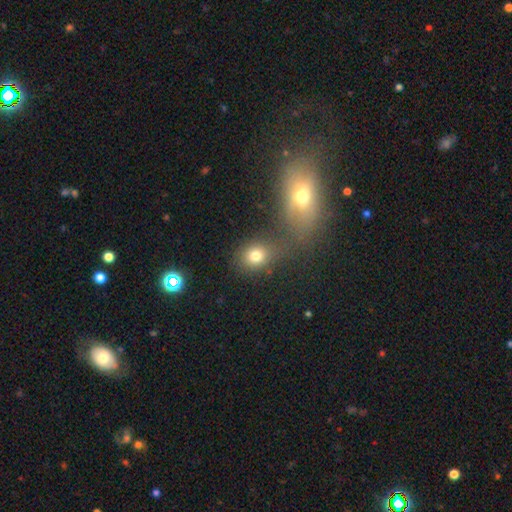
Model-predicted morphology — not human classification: A smooth galaxy with no disk features (75%) that is round (57%).

Vote fractions:
- Smooth or featured? smooth: 75% / star or artifact: 15% / featured or disk: 10%
- How rounded? round: 57% / in between: 42% / cigar-shaped: 2%
- Merging? none: 64% / merger: 20% / minor disturbance: 11% / major disturbance: 6%